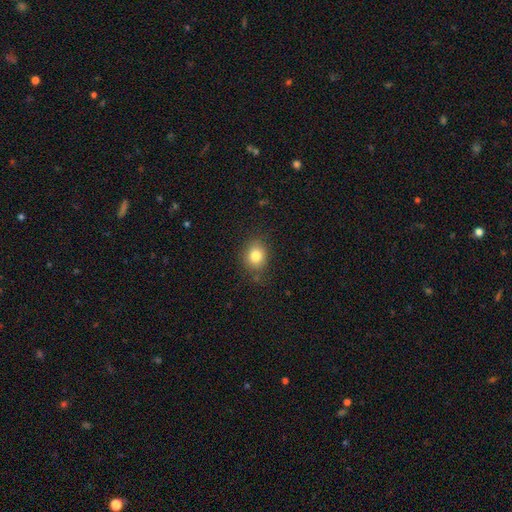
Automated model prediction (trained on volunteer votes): Q: Smooth or featured?
A: smooth (81%); runner-up: star or artifact (11%)
Q: How rounded?
A: round (62%); runner-up: in between (37%)
Q: Merging?
A: none (81%); runner-up: minor disturbance (14%)